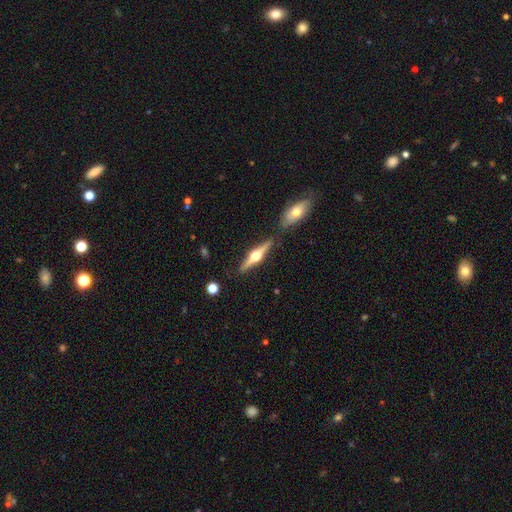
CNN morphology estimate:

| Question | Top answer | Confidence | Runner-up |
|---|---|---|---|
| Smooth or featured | featured or disk | 80% | smooth (15%) |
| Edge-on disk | yes | 98% | no (2%) |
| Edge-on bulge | rounded | 97% | boxy (2%) |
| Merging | none | 82% | minor disturbance (8%) |